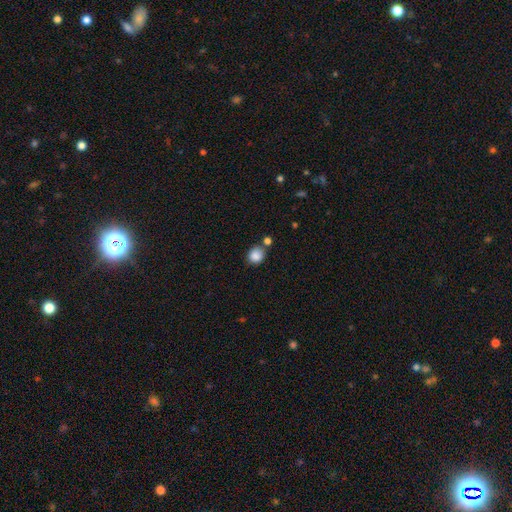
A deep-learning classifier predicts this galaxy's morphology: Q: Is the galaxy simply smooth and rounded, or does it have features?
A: smooth — 86%.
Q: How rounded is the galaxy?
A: round — 73%.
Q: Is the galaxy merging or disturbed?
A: none — 64%.